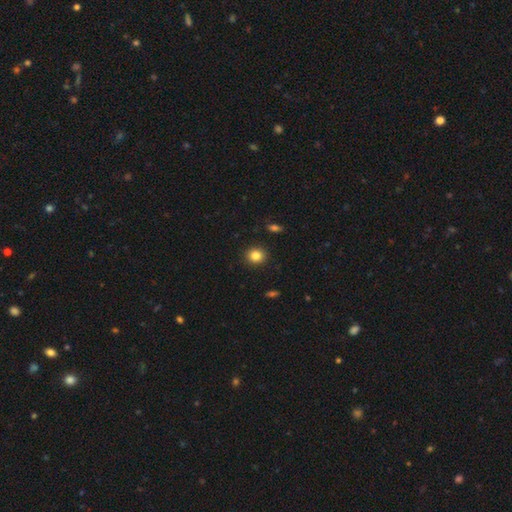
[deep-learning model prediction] Morphology: type=smooth (84%); roundness=round (82%); merging=none (91%).